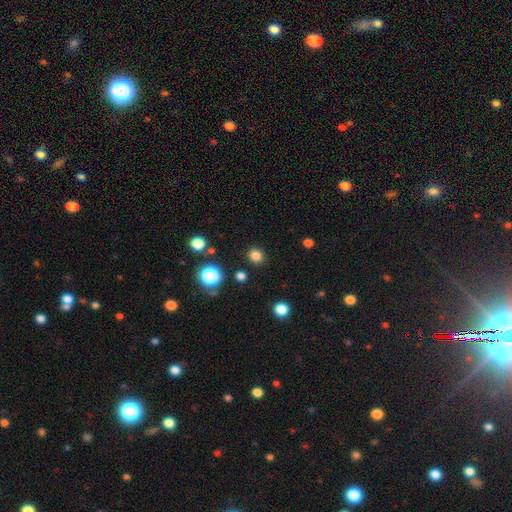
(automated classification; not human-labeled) A smooth galaxy with no disk features (81%) that is round (85%).

Vote fractions:
- Smooth or featured? smooth: 81% / star or artifact: 15% / featured or disk: 4%
- How rounded? round: 85% / in between: 14% / cigar-shaped: 1%
- Merging? none: 89% / minor disturbance: 6% / major disturbance: 2% / merger: 2%